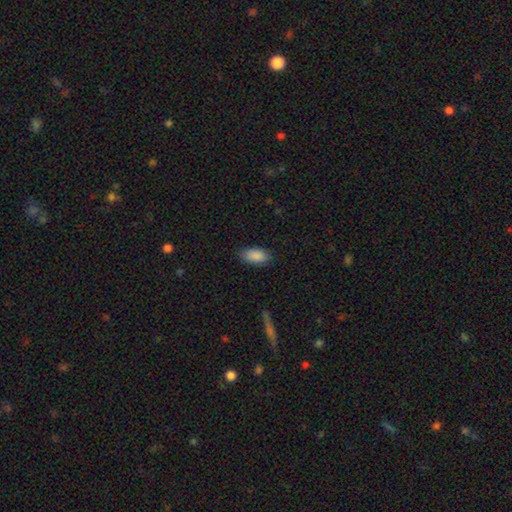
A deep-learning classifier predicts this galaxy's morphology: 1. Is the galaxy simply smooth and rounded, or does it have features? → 89% smooth, 7% star or artifact, 4% featured or disk.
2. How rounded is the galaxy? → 92% in between, 5% cigar-shaped, 3% round.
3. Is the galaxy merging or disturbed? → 84% none, 12% minor disturbance, 3% major disturbance, 1% merger.